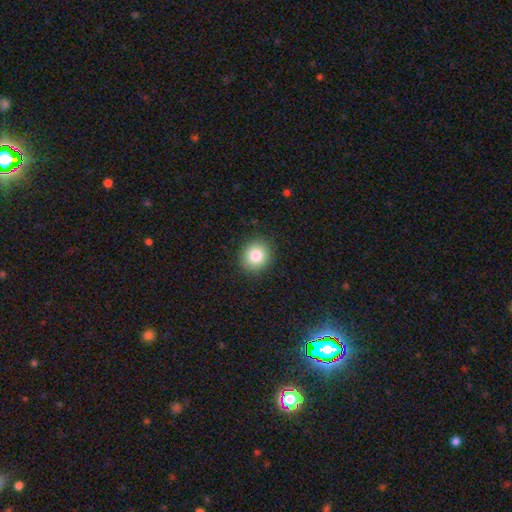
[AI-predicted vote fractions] Morphology: type=smooth (84%); roundness=round (82%); merging=none (90%).